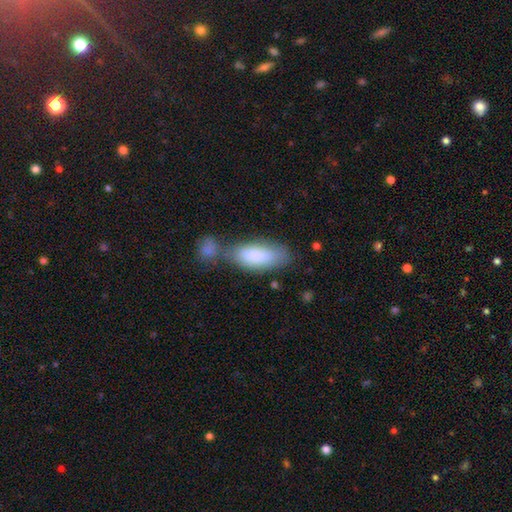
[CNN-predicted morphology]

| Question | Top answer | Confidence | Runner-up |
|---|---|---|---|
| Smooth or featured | smooth | 83% | featured or disk (12%) |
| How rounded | in between | 82% | cigar-shaped (16%) |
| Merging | none | 46% | merger (29%) |